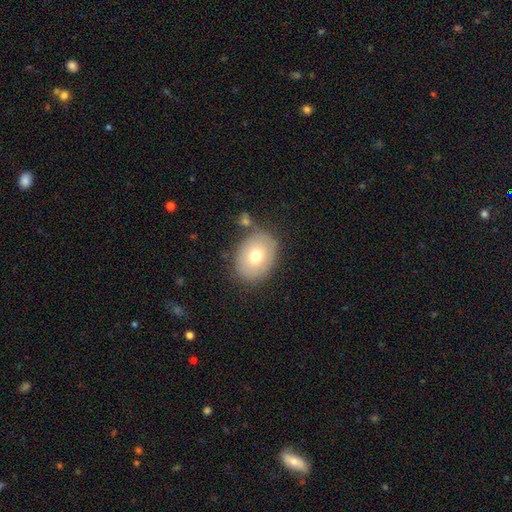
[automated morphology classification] Smooth or featured?
  - smooth: 70% *
  - featured or disk: 22%
  - star or artifact: 8%
How rounded?
  - in between: 65% *
  - round: 34%
  - cigar-shaped: 1%
Merging?
  - none: 76% *
  - minor disturbance: 14%
  - merger: 5%
  - major disturbance: 4%